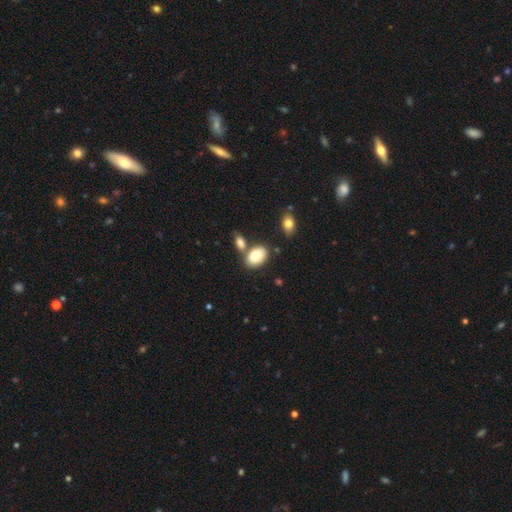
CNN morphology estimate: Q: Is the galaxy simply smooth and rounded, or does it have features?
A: smooth — 80%.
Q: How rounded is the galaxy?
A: in between — 86%.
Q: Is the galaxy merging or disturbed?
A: none — 61%.